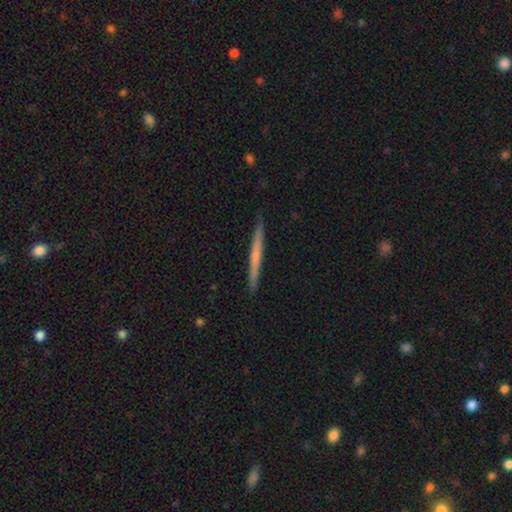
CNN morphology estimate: The model was most divided on "smooth or featured": smooth: 49%, featured or disk: 46%, star or artifact: 6%. More confident: merging — none (92%).